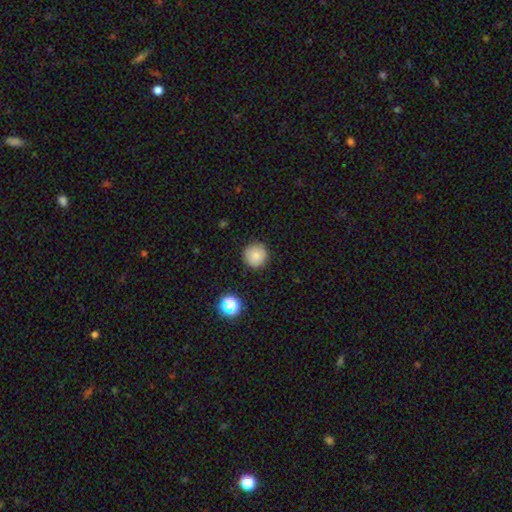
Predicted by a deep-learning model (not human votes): This is clearly a smooth galaxy (83%). How rounded: clearly round (96%). Merging: clearly none (90%).